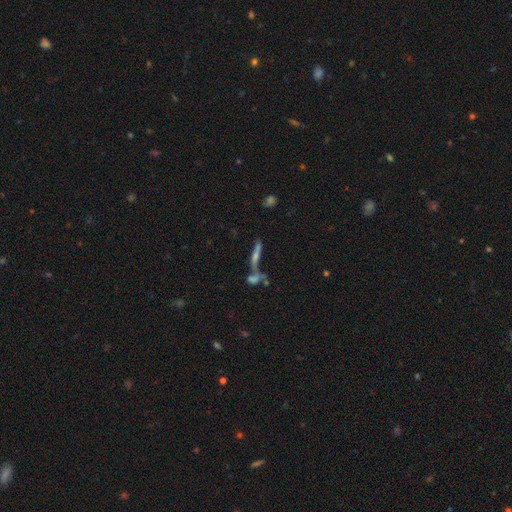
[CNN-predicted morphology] Smooth or featured? Predicted: featured or disk (p=0.53). Edge-on disk? Predicted: yes (p=0.84). Merging? Predicted: none (p=0.49).